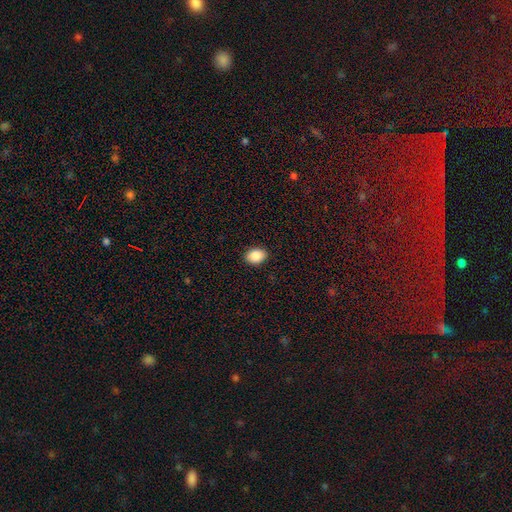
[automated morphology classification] Q: Smooth or featured?
A: smooth (88%); runner-up: star or artifact (8%)
Q: How rounded?
A: in between (72%); runner-up: round (27%)
Q: Merging?
A: none (90%); runner-up: minor disturbance (7%)